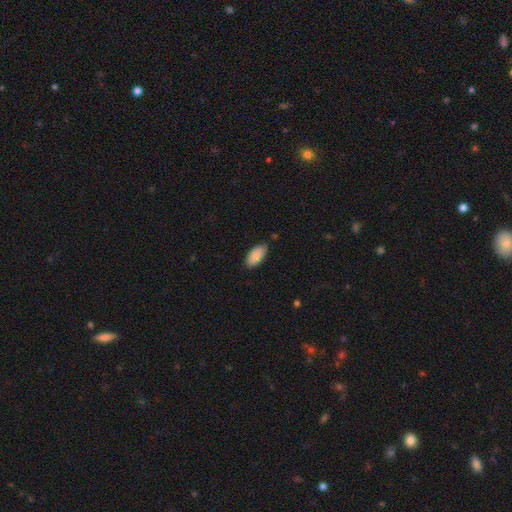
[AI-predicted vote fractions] smooth_or_featured: smooth (p=0.88) [alt: star or artifact p=0.06]
how_rounded: in between (p=0.93) [alt: cigar-shaped p=0.05]
merging: none (p=0.80) [alt: minor disturbance p=0.16]